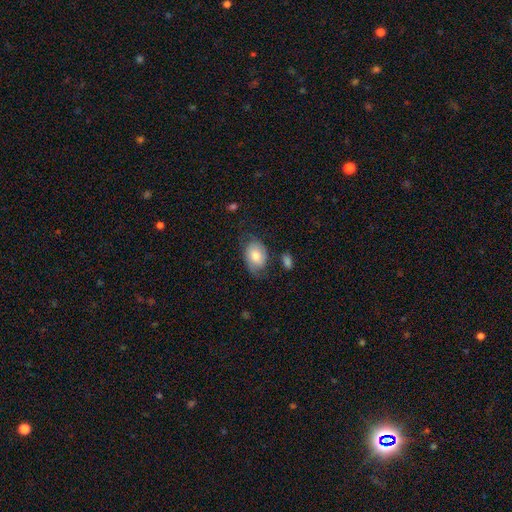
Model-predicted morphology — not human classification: A smooth galaxy with no disk features (65%) that is in between round and cigar-shaped (81%).

Vote fractions:
- Smooth or featured? smooth: 65% / featured or disk: 28% / star or artifact: 7%
- How rounded? in between: 81% / round: 18% / cigar-shaped: 1%
- Merging? none: 53% / minor disturbance: 29% / major disturbance: 14% / merger: 4%